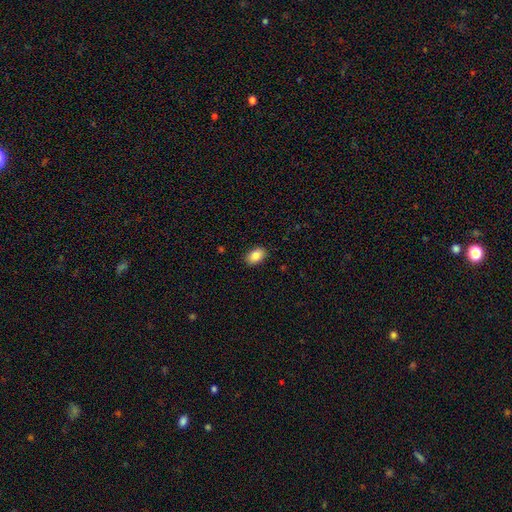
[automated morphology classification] Smooth or featured: smooth — 86% (star or artifact — 8%)
How rounded: in between — 89% (round — 9%)
Merging: none — 90% (minor disturbance — 8%)